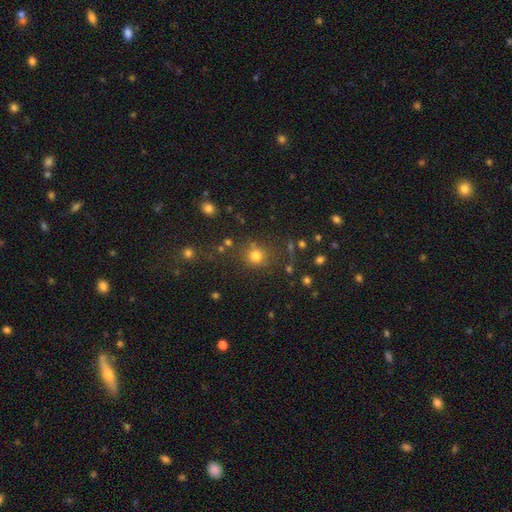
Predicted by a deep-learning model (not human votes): Q: Smooth or featured?
A: smooth (76%); runner-up: star or artifact (17%)
Q: How rounded?
A: round (88%); runner-up: in between (11%)
Q: Merging?
A: none (75%); runner-up: minor disturbance (11%)